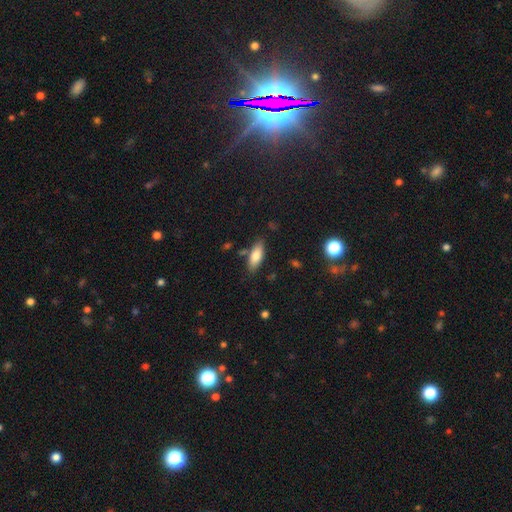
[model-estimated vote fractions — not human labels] This is likely a smooth galaxy (78%). How rounded: likely in between (76%). Merging: likely none (79%).